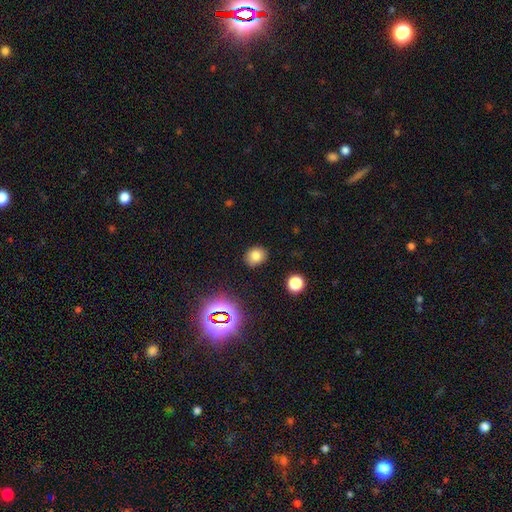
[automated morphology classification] Smooth or featured: smooth — 77% (star or artifact — 16%)
How rounded: round — 66% (in between — 33%)
Merging: none — 85% (minor disturbance — 11%)